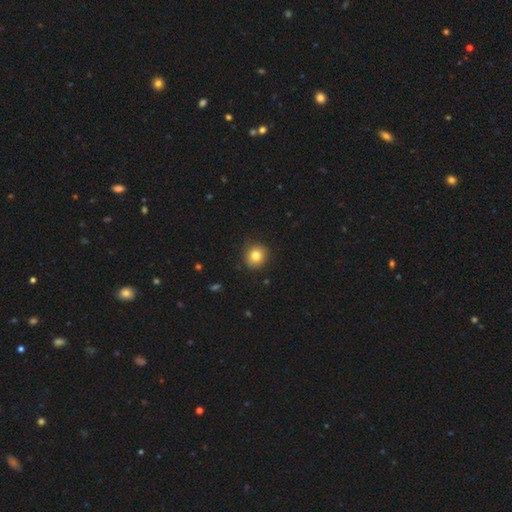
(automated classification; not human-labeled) Smooth or featured? Predicted: smooth (p=0.82). How rounded? Predicted: round (p=0.88). Merging? Predicted: none (p=0.89).